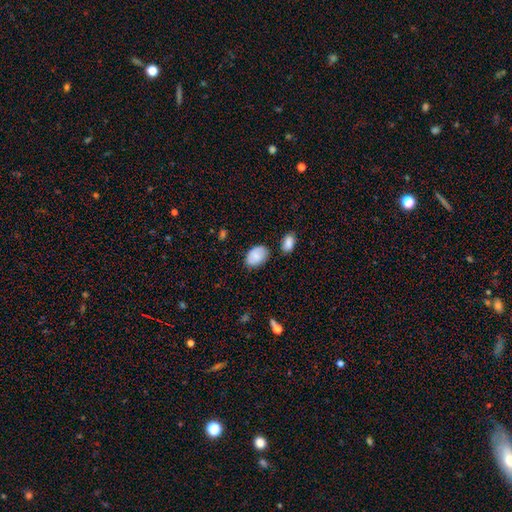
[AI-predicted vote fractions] A smooth galaxy with no disk features (81%) that is in between round and cigar-shaped (87%). Merging: none (72%).